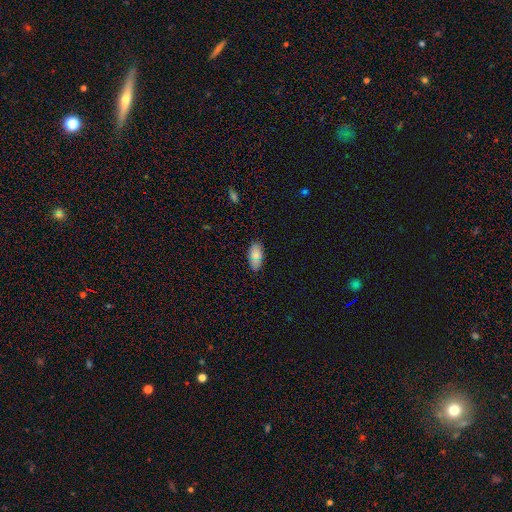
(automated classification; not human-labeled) This appears to be a smooth galaxy with no disk features (81%) that is in between round and cigar-shaped (92%). Merging: none (84%).